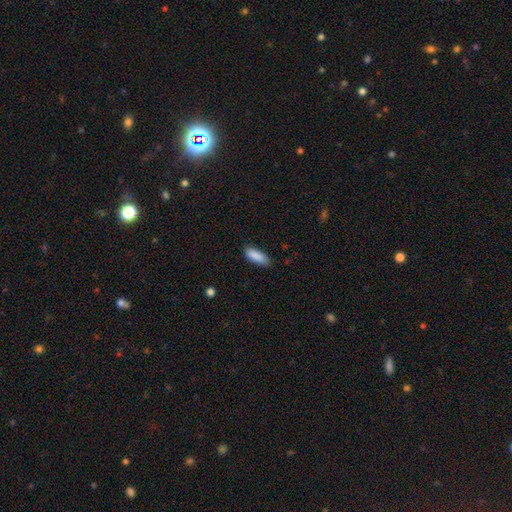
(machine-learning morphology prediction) type=smooth (89%); roundness=in between (70%); merging=none (79%).